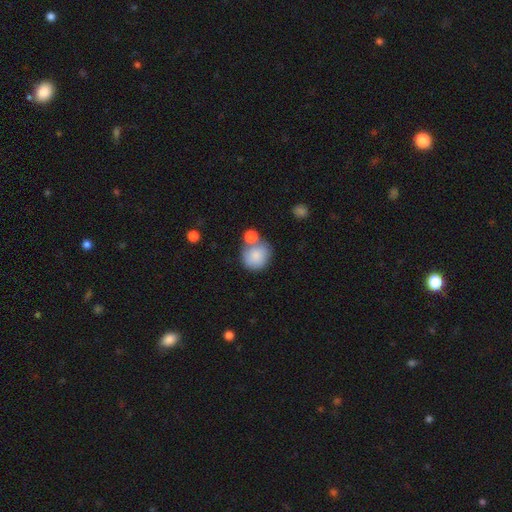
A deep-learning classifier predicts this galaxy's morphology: A smooth galaxy with no disk features (80%) that is round (83%).

Vote fractions:
- Smooth or featured? smooth: 80% / featured or disk: 13% / star or artifact: 7%
- How rounded? round: 83% / in between: 16% / cigar-shaped: 1%
- Merging? none: 45% / merger: 33% / minor disturbance: 16% / major disturbance: 6%